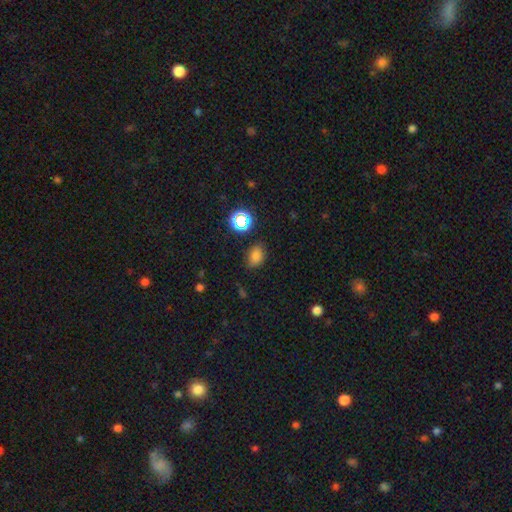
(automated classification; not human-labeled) A smooth galaxy with no disk features (76%) that is in between round and cigar-shaped (74%). Merging: none (81%).